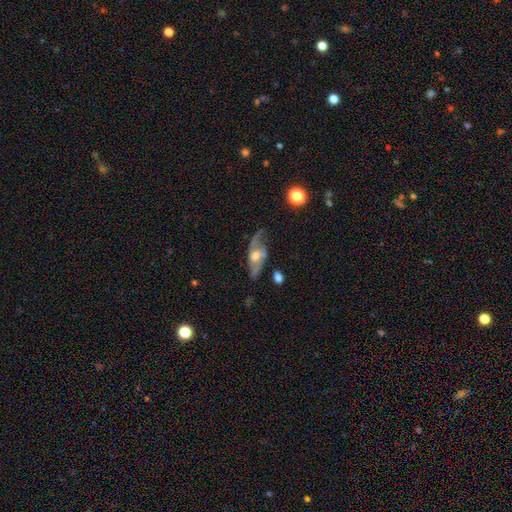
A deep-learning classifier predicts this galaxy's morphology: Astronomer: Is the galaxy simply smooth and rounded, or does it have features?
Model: featured or disk — 79%.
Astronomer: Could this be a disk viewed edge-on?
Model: no — 85%.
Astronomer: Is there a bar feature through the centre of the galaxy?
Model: no — 55% (runner-up: weak, 35%).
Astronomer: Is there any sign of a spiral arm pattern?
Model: yes — 87%.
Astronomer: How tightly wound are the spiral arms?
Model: loose — 47% (runner-up: medium, 39%).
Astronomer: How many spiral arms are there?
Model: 2 — 77%.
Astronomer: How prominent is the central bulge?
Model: moderate — 63%.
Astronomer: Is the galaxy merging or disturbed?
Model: none — 59%.